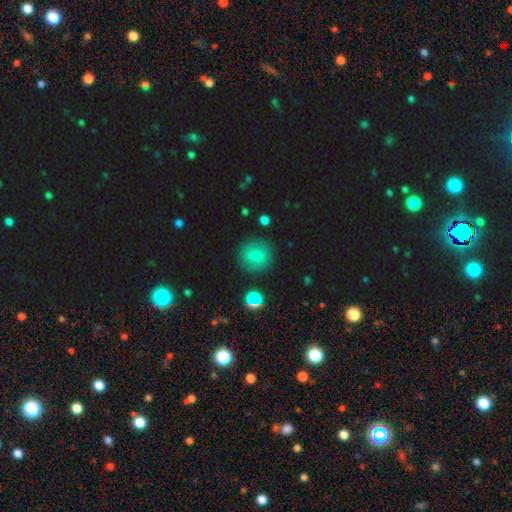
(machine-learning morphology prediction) Overall: smooth (70%). How rounded: round (92%). Merging: none (86%).